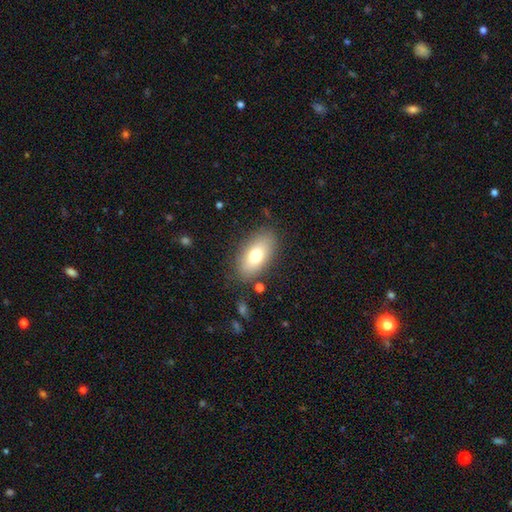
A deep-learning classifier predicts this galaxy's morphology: smooth-or-featured: smooth: 71% | featured or disk: 20% | star or artifact: 8%
  how-rounded: in between: 90% | cigar-shaped: 5% | round: 5%
  merging: none: 82% | minor disturbance: 11% | major disturbance: 4% | merger: 2%